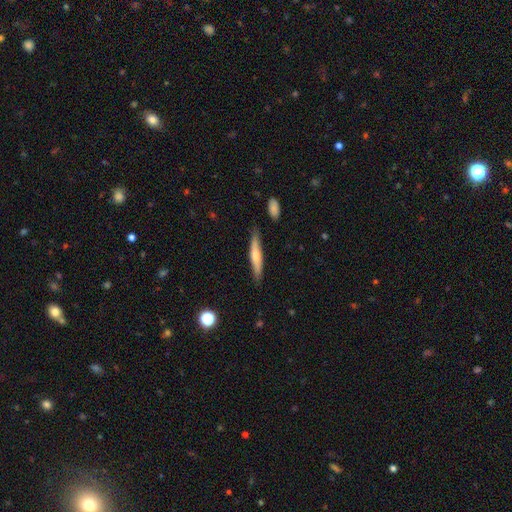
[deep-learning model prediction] This is possibly a smooth galaxy (55%). How rounded: clearly cigar-shaped (88%). Merging: clearly none (82%).